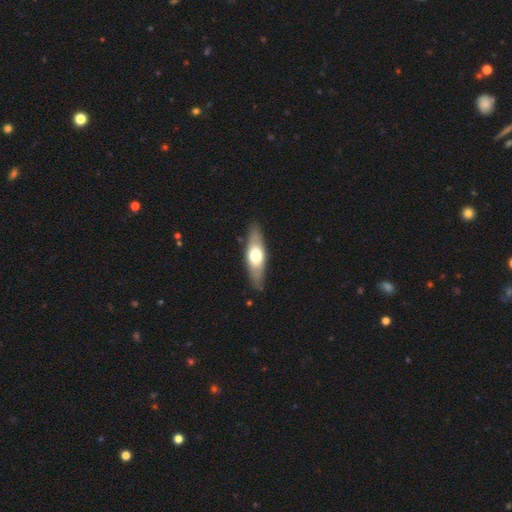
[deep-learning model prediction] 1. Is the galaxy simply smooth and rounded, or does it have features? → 50% smooth, 45% featured or disk, 5% star or artifact.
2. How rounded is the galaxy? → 51% in between, 47% cigar-shaped, 2% round.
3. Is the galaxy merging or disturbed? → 85% none, 12% minor disturbance, 2% major disturbance, 1% merger.